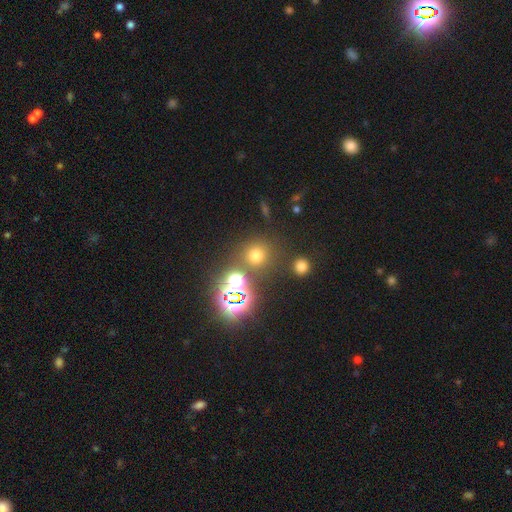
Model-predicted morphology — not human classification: smooth 60%, star or artifact 33%, featured or disk 7%. Down the decision tree: how rounded — round (92%); merging — none (80%).